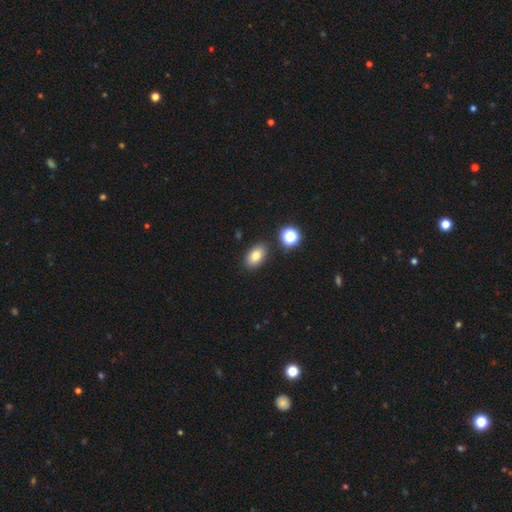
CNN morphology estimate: smooth_or_featured: smooth (p=0.80) [alt: star or artifact p=0.10]
how_rounded: in between (p=0.89) [alt: round p=0.09]
merging: none (p=0.86) [alt: minor disturbance p=0.08]